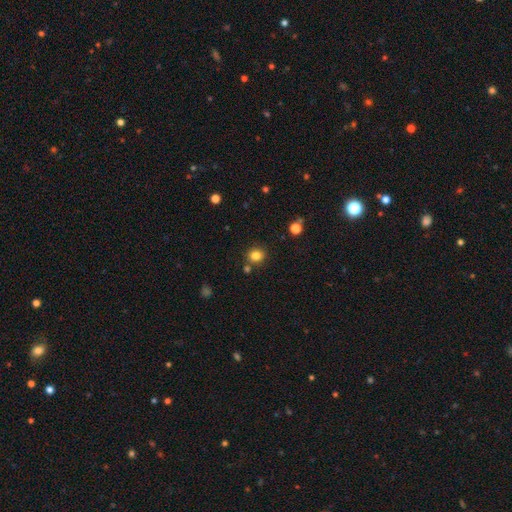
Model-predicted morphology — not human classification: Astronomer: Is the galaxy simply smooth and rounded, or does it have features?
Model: smooth — 82%.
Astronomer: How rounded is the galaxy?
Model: round — 78%.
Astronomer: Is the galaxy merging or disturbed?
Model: none — 81%.